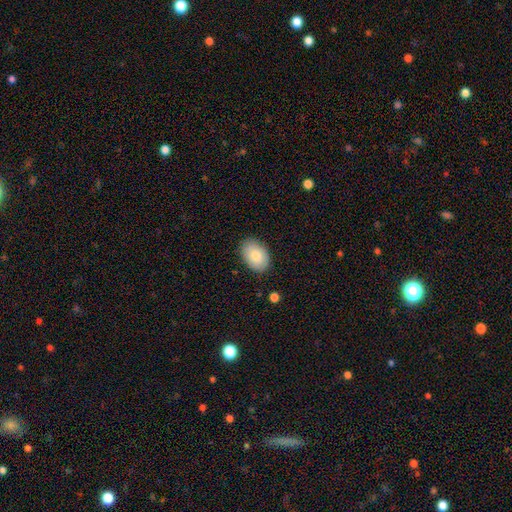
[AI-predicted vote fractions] smooth_or_featured: smooth (p=0.83) [alt: featured or disk p=0.11]
how_rounded: in between (p=0.88) [alt: round p=0.11]
merging: none (p=0.86) [alt: minor disturbance p=0.11]